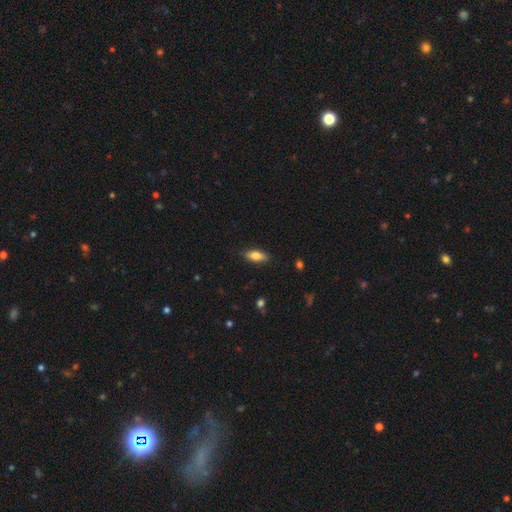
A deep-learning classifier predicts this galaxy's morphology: Smooth or featured: smooth — 76% (featured or disk — 17%)
How rounded: in between — 75% (cigar-shaped — 23%)
Merging: none — 86% (minor disturbance — 11%)